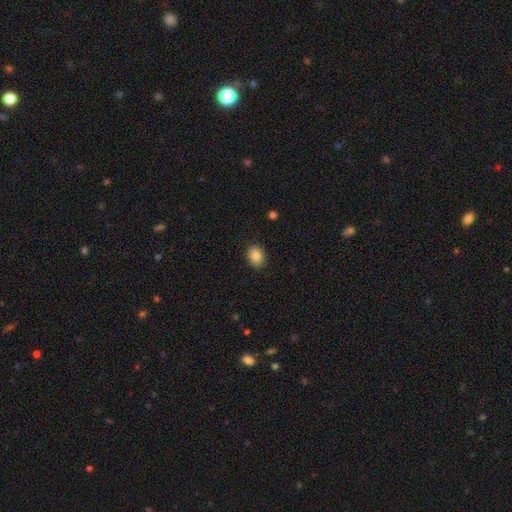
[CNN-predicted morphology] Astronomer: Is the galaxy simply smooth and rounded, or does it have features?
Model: smooth — 86%.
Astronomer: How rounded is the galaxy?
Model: in between — 56% (runner-up: round, 43%).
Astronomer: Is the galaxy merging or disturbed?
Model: none — 89%.